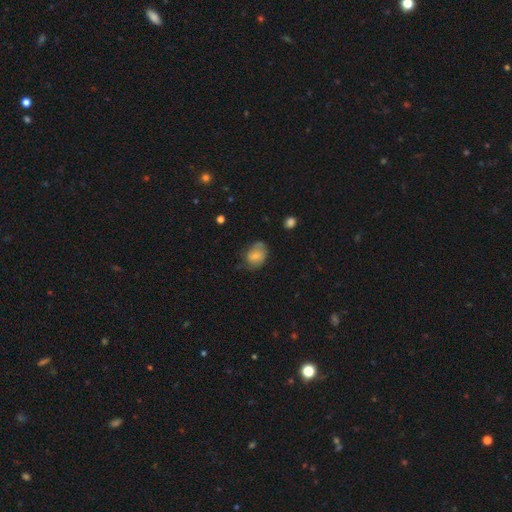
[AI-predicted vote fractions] smooth_or_featured: smooth (p=0.69) [alt: featured or disk p=0.22]
how_rounded: in between (p=0.65) [alt: round p=0.34]
merging: none (p=0.52) [alt: minor disturbance p=0.32]